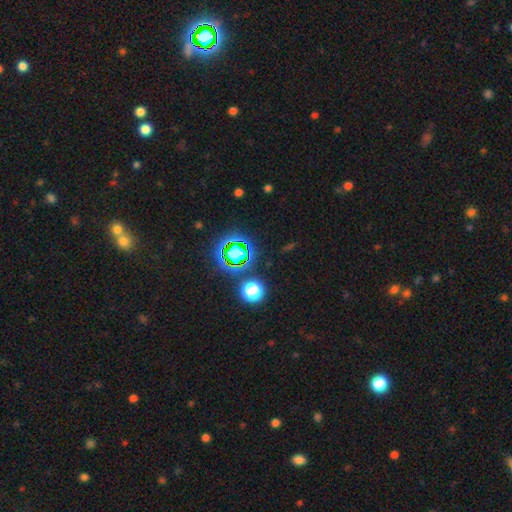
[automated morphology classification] Smooth or featured? Predicted: star or artifact (p=0.73).